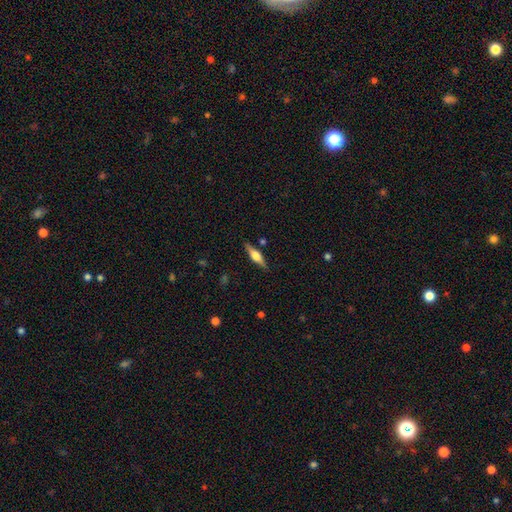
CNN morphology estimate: A featured or disk galaxy (61%) viewed edge-on (96%) with a rounded central bulge (89%).

Vote fractions:
- Smooth or featured? featured or disk: 61% / smooth: 33% / star or artifact: 6%
- Edge-on disk? yes: 96% / no: 4%
- Edge-on bulge? rounded: 89% / boxy: 9% / none: 2%
- Merging? none: 86% / minor disturbance: 10% / major disturbance: 2% / merger: 2%